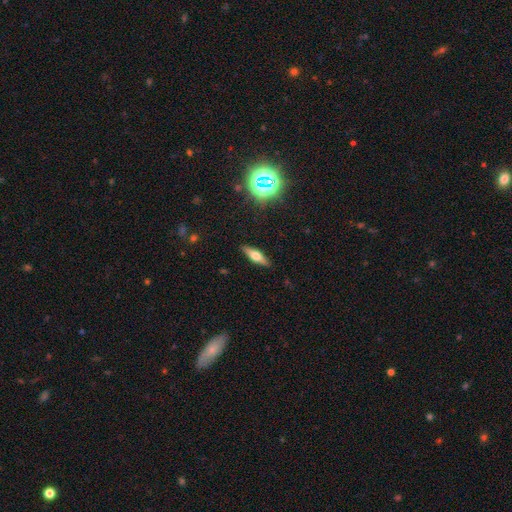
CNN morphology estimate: Smooth or featured?
  - featured or disk: 47% *
  - smooth: 43%
  - star or artifact: 10%
Merging?
  - none: 89% *
  - minor disturbance: 8%
  - major disturbance: 2%
  - merger: 1%